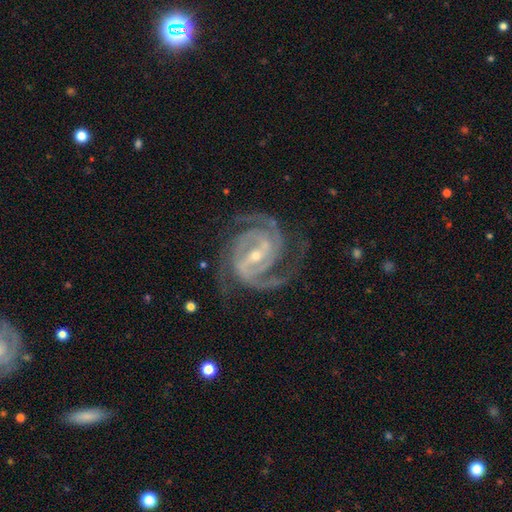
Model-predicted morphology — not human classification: Smooth or featured? Predicted: featured or disk (p=0.94). Edge-on disk? Predicted: no (p=0.98). Bar? Predicted: strong (p=0.53). Spiral arms? Predicted: yes (p=0.99). Spiral winding? Predicted: tight (p=0.55). Spiral arm count? Predicted: 2 (p=0.41). Bulge size? Predicted: small (p=0.60). Merging? Predicted: none (p=0.76).